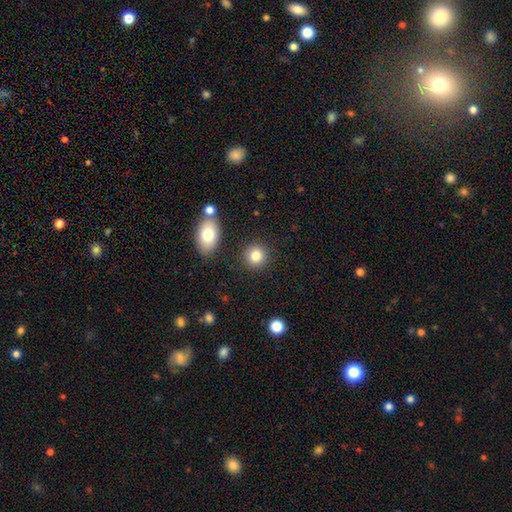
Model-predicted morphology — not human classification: Overall: smooth (82%). How rounded: round (87%). Merging: none (87%).